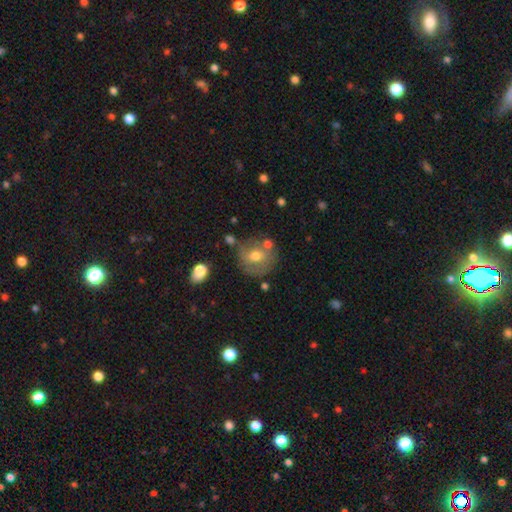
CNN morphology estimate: A smooth galaxy with no disk features (55%) that is round (84%). Merging: none (70%).